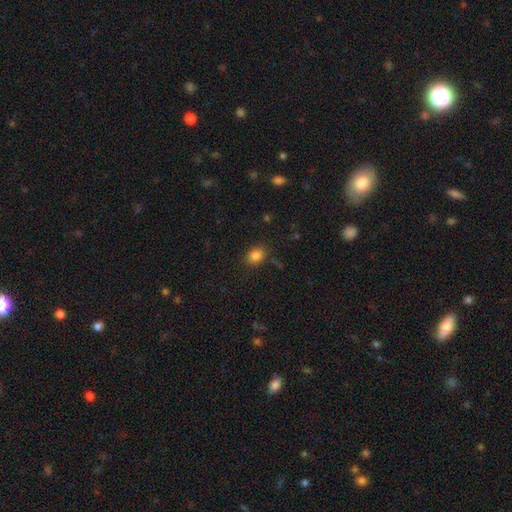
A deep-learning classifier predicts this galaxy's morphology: smooth-or-featured: smooth: 83% | star or artifact: 11% | featured or disk: 6%
  how-rounded: in between: 55% | round: 44% | cigar-shaped: 1%
  merging: none: 83% | minor disturbance: 12% | major disturbance: 3% | merger: 2%